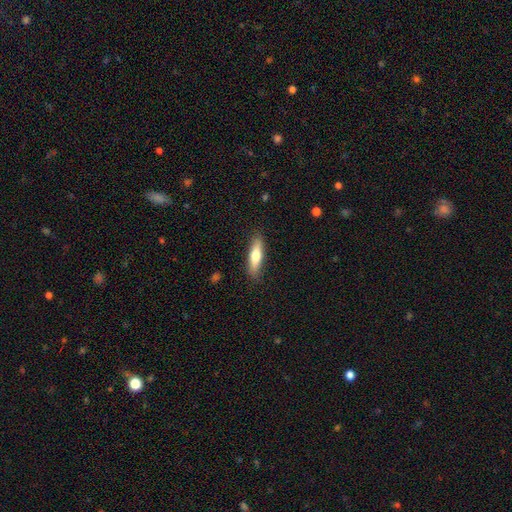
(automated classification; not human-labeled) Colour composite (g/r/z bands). It shows a smooth galaxy with no disk features (67%) that is cigar-shaped (65%). Merging: none (86%).